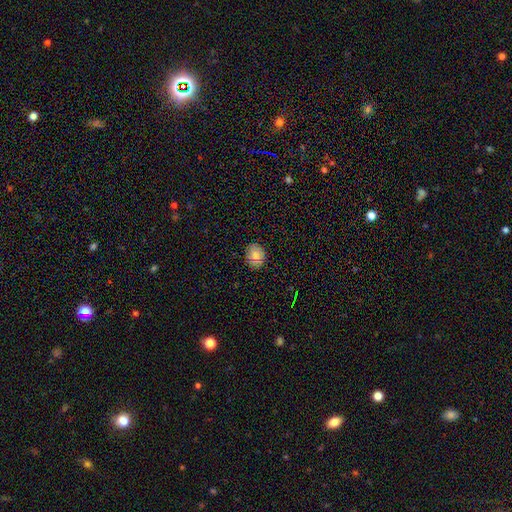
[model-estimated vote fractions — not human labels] This appears to be a smooth galaxy with no disk features (74%) that is round (58%). Merging: none (85%).